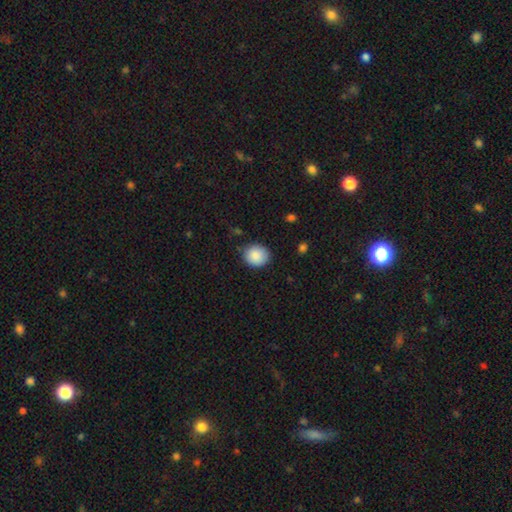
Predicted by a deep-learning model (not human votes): smooth 88%, star or artifact 8%, featured or disk 4%. Down the decision tree: how rounded — round (76%); merging — none (84%).